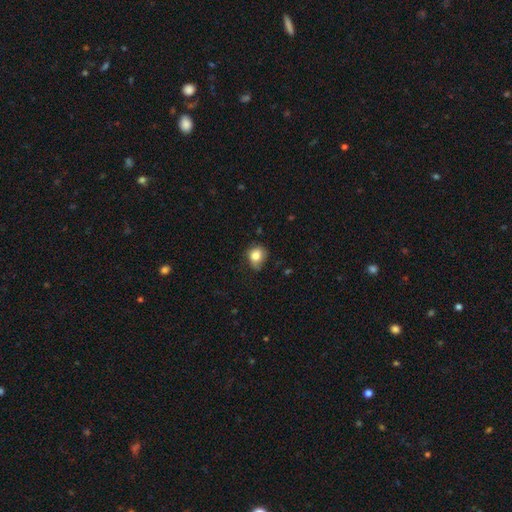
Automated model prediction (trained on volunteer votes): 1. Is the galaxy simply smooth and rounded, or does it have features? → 81% smooth, 10% featured or disk, 9% star or artifact.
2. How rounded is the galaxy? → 60% round, 39% in between, 1% cigar-shaped.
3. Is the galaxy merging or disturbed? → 55% none, 33% minor disturbance, 10% major disturbance, 2% merger.